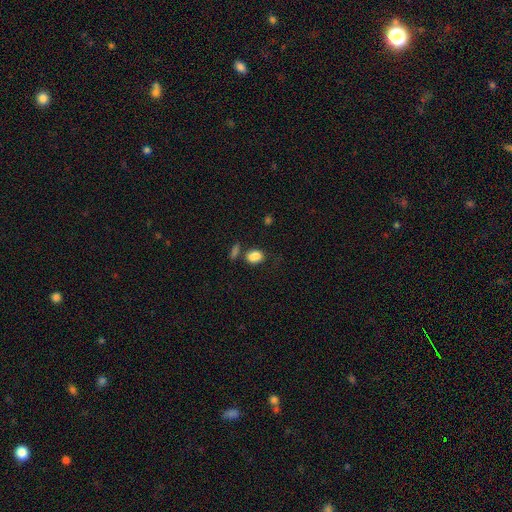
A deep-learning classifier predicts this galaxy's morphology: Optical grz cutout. It shows a smooth galaxy with no disk features (86%) that is in between round and cigar-shaped (67%). Merging: none (60%).